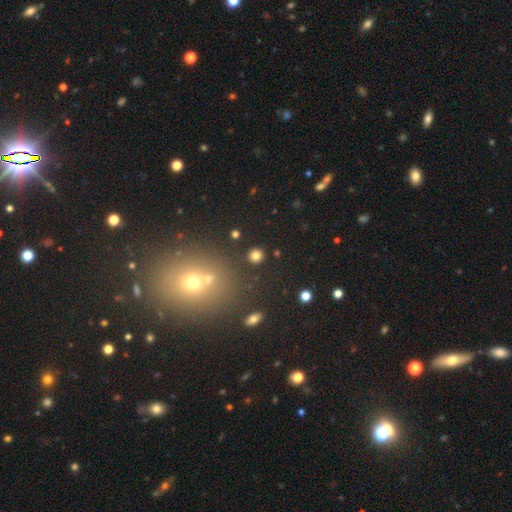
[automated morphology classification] smooth_or_featured: smooth (p=0.80) [alt: star or artifact p=0.15]
how_rounded: round (p=0.89) [alt: in between p=0.10]
merging: none (p=0.89) [alt: minor disturbance p=0.06]